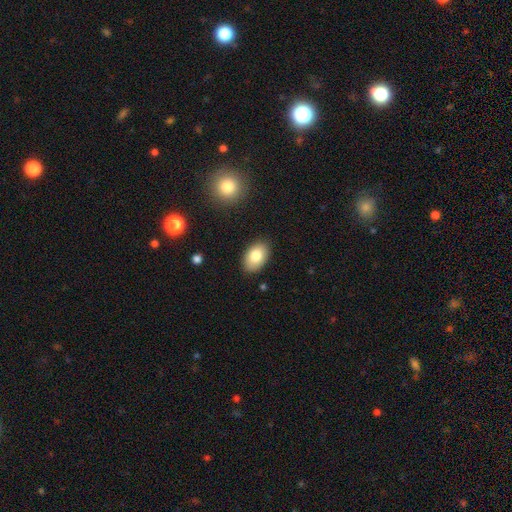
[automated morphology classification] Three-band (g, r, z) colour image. It shows a smooth galaxy with no disk features (81%) that is in between round and cigar-shaped (91%). Merging: none (87%).